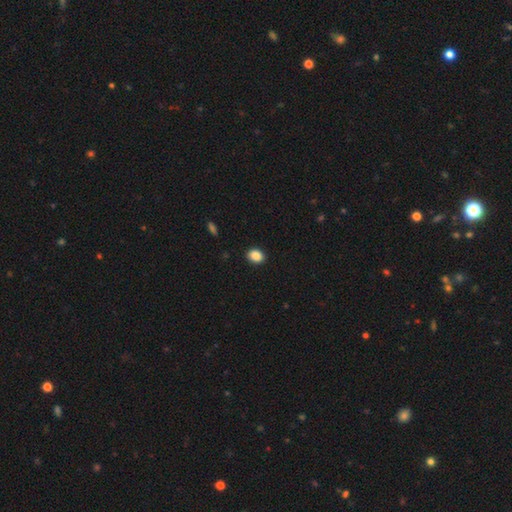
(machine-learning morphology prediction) Smooth or featured? smooth (89%)
How rounded? in between (62%)
Merging? none (90%)